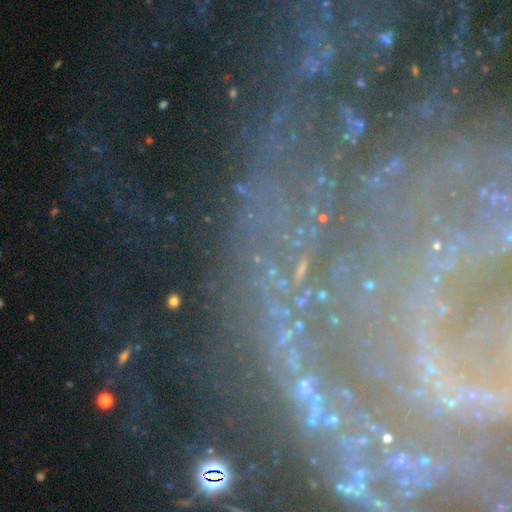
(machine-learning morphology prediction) This appears to be a featured or disk galaxy (45%). Merging: none (68%).